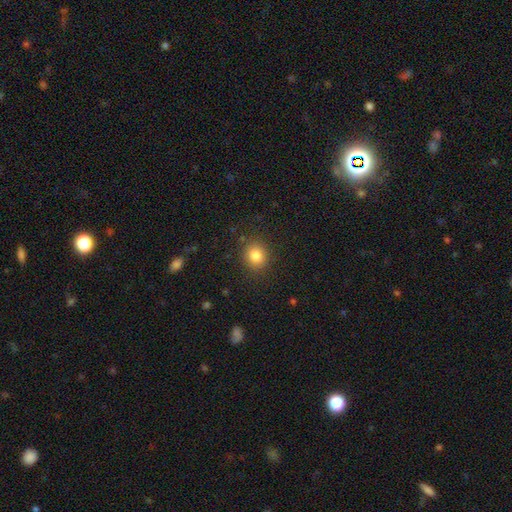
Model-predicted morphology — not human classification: Smooth or featured? Predicted: smooth (p=0.83). How rounded? Predicted: round (p=0.79). Merging? Predicted: none (p=0.87).